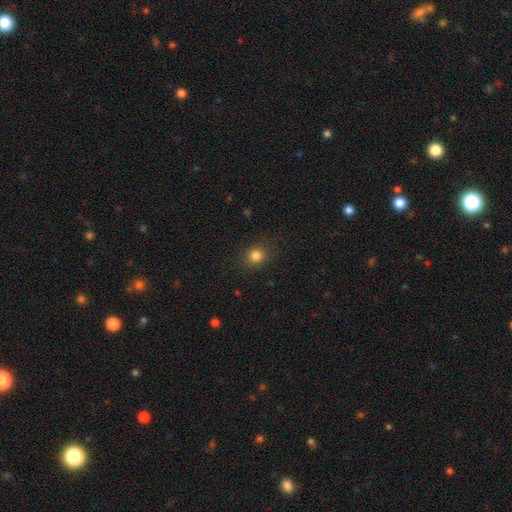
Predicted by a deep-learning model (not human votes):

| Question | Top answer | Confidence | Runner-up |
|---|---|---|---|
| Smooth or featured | smooth | 82% | star or artifact (13%) |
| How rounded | round | 83% | in between (16%) |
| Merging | none | 87% | minor disturbance (9%) |